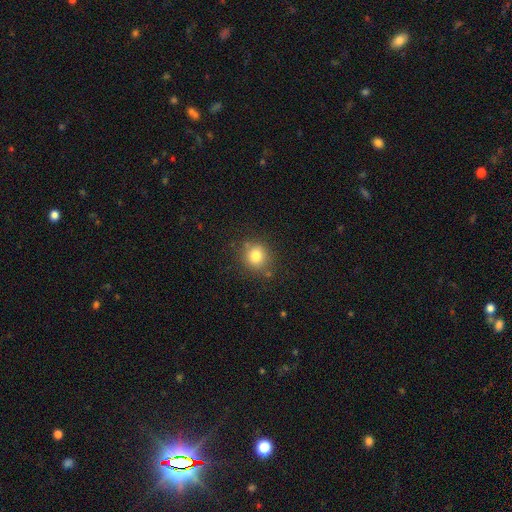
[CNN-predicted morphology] Q: Smooth or featured?
A: smooth (80%); runner-up: star or artifact (12%)
Q: How rounded?
A: round (83%); runner-up: in between (16%)
Q: Merging?
A: none (79%); runner-up: minor disturbance (14%)